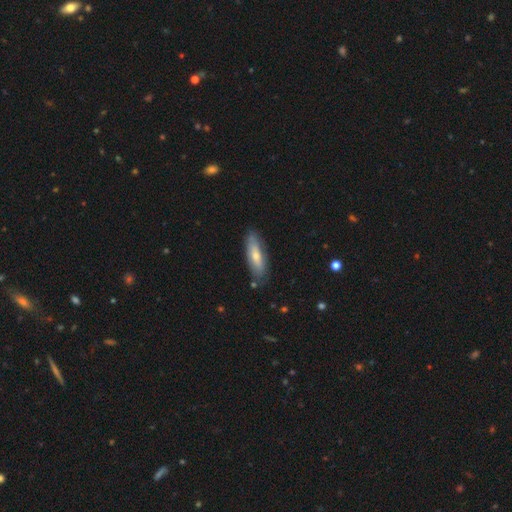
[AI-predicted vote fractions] Smooth or featured?
  - smooth: 61% *
  - featured or disk: 33%
  - star or artifact: 6%
How rounded?
  - cigar-shaped: 49% * (tied)
  - in between: 49% * (tied)
  - round: 2%
Merging?
  - none: 81% *
  - minor disturbance: 14%
  - major disturbance: 3%
  - merger: 2%